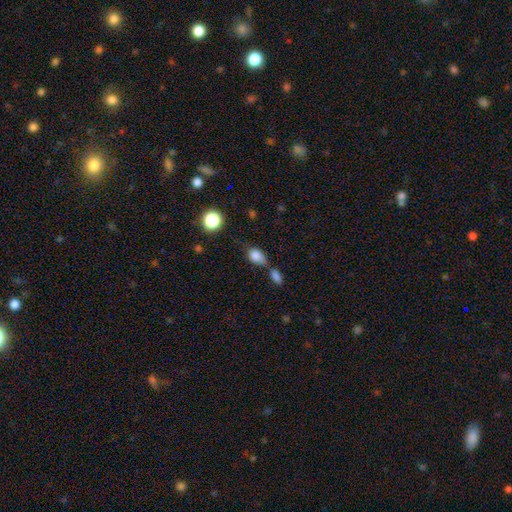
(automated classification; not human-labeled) A smooth galaxy with no disk features (83%) that is in between round and cigar-shaped (78%). Merging: none (44%).